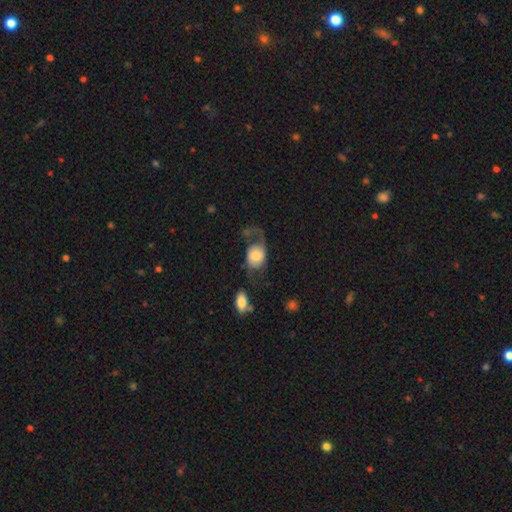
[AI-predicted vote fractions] A smooth galaxy with no disk features (48%). Merging: major disturbance (48%).